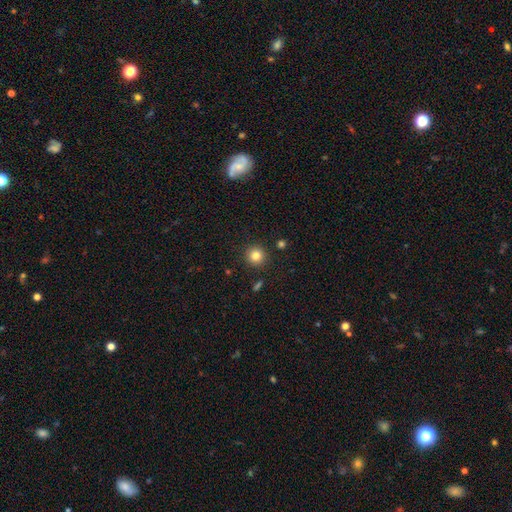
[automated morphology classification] Q: Smooth or featured?
A: smooth (82%); runner-up: star or artifact (11%)
Q: How rounded?
A: round (94%); runner-up: in between (5%)
Q: Merging?
A: none (91%); runner-up: minor disturbance (5%)